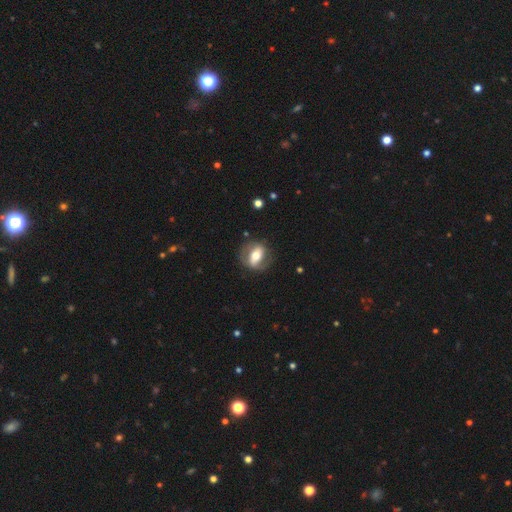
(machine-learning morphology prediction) Q: Smooth or featured?
A: featured or disk (61%); runner-up: smooth (33%)
Q: Edge-on disk?
A: no (91%); runner-up: yes (9%)
Q: Bar?
A: strong (48%); runner-up: weak (29%)
Q: Spiral arms?
A: yes (58%); runner-up: no (42%)
Q: Bulge size?
A: moderate (65%); runner-up: large (20%)
Q: Merging?
A: none (76%); runner-up: minor disturbance (14%)